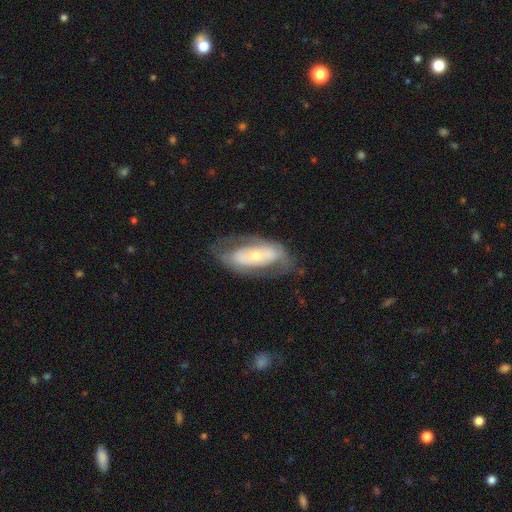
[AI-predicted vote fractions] Overall: featured or disk (62%; smooth 32%). Edge-on disk: no (87%). Bar: no (62%). Spiral arms: no (56%; yes 44%). Bulge size: small (50%; moderate 43%). Merging: none (65%).